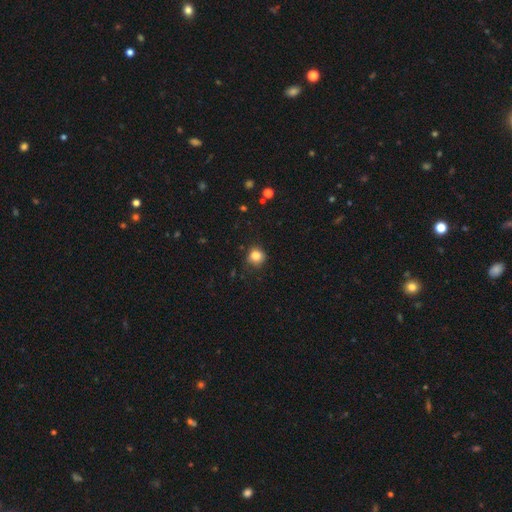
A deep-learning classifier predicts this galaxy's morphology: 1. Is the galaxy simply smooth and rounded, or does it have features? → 83% smooth, 12% star or artifact, 5% featured or disk.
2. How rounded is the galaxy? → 87% round, 12% in between, 1% cigar-shaped.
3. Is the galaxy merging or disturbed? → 81% none, 15% minor disturbance, 3% major disturbance, 1% merger.